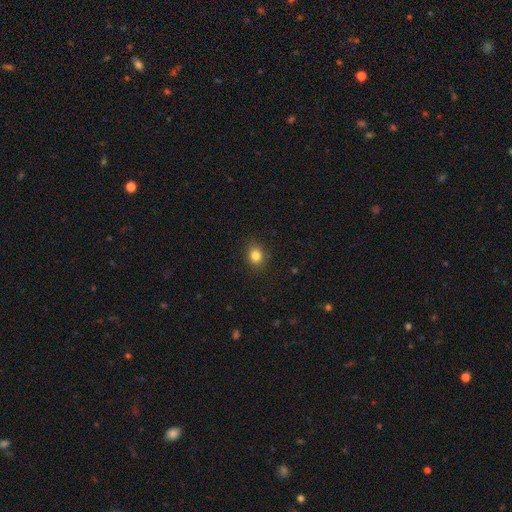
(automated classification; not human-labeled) Smooth or featured? Predicted: smooth (p=0.83). How rounded? Predicted: round (p=0.61). Merging? Predicted: none (p=0.89).